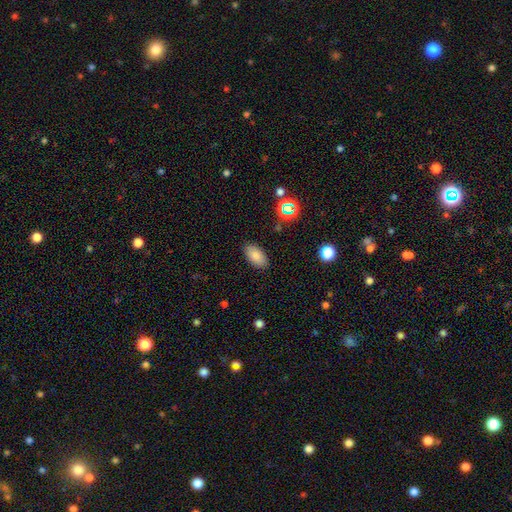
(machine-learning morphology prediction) This appears to be a smooth galaxy with no disk features (80%) that is in between round and cigar-shaped (93%). Merging: none (87%).